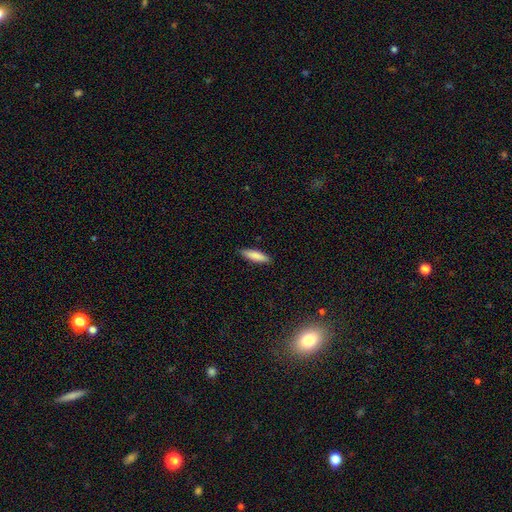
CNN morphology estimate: Smooth or featured? Predicted: smooth (p=0.85). How rounded? Predicted: cigar-shaped (p=0.65). Merging? Predicted: none (p=0.88).